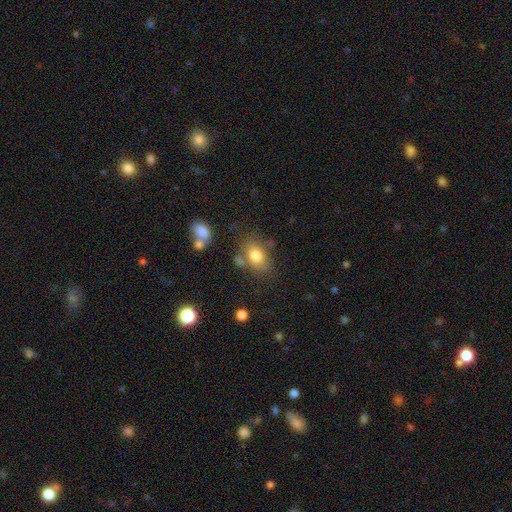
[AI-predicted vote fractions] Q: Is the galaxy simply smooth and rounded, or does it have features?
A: smooth — 78%.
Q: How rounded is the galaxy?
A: in between — 71%.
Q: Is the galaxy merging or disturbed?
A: none — 62%.